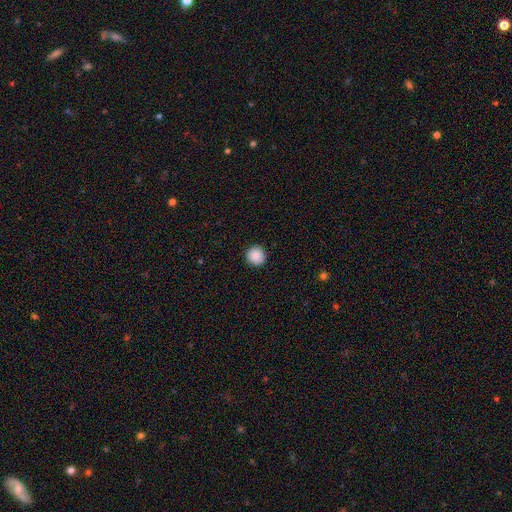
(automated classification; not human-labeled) Smooth or featured?
  - smooth: 88% *
  - star or artifact: 8%
  - featured or disk: 4%
How rounded?
  - round: 95% *
  - in between: 5%
  - cigar-shaped: 1%
Merging?
  - none: 92% *
  - minor disturbance: 6%
  - major disturbance: 2%
  - merger: 1%